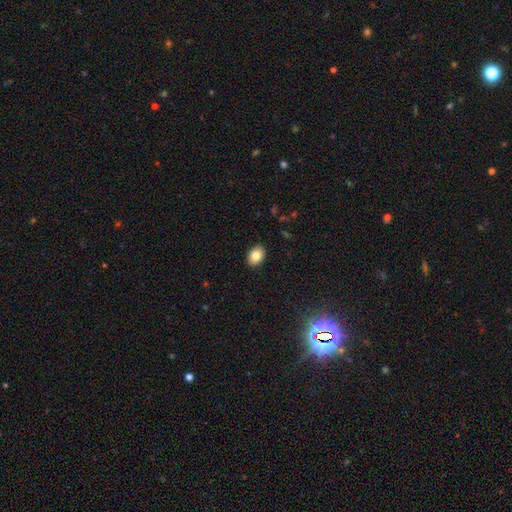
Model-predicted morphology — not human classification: smooth-or-featured: smooth: 84% | star or artifact: 8% | featured or disk: 8%
  how-rounded: in between: 74% | round: 25% | cigar-shaped: 1%
  merging: none: 91% | minor disturbance: 7% | major disturbance: 2% | merger: 1%